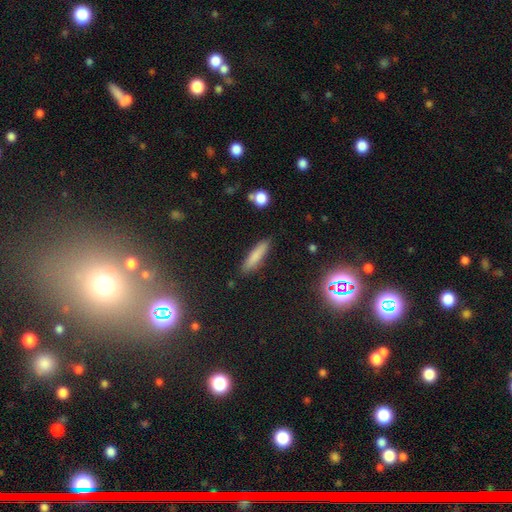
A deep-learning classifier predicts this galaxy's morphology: The model was most divided on "how rounded": cigar-shaped: 78%, in between: 20%, round: 2%. More confident: merging — none (87%); smooth or featured — smooth (79%).